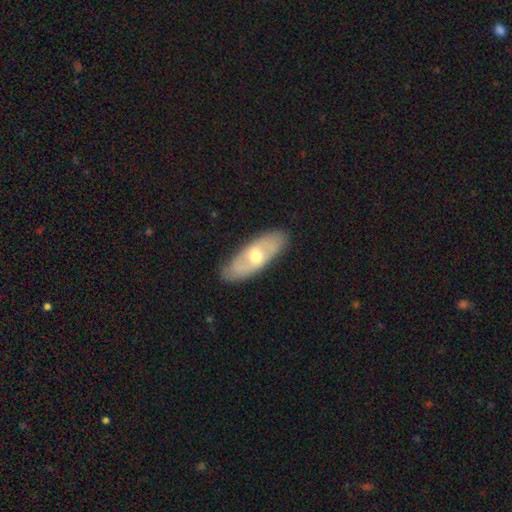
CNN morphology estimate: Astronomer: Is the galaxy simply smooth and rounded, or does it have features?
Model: featured or disk — 52% (runner-up: smooth, 43%).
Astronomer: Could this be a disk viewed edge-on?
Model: no — 77%.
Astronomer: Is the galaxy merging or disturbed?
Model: none — 83%.